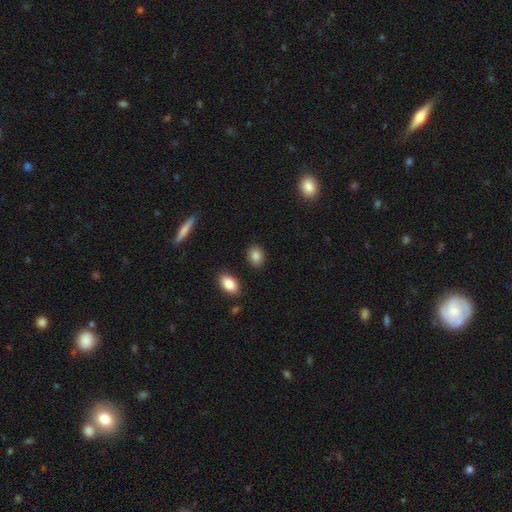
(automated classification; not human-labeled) Morphology: type=smooth (86%); roundness=in between (62%); merging=none (87%).